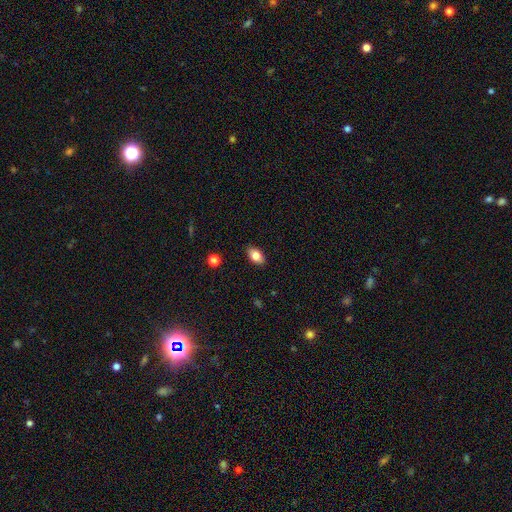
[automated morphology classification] Q: Smooth or featured?
A: smooth (81%); runner-up: featured or disk (11%)
Q: How rounded?
A: in between (90%); runner-up: round (8%)
Q: Merging?
A: none (88%); runner-up: minor disturbance (9%)